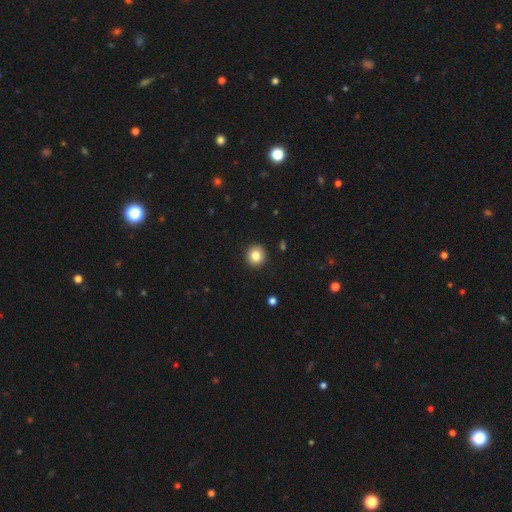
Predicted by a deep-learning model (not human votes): The model was most divided on "smooth or featured": smooth: 85%, star or artifact: 10%, featured or disk: 6%. More confident: merging — none (92%); how rounded — round (92%).